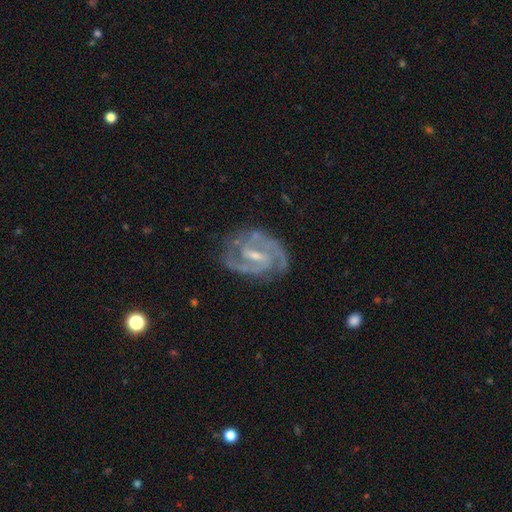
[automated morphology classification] featured or disk 90%, star or artifact 5%, smooth 5%. Down the decision tree: edge-on disk — no (97%); bar — weak (51%); spiral arms — yes (97%); spiral arm count — 2 (66%); spiral winding — medium (47%); bulge size — small (59%); merging — none (74%).